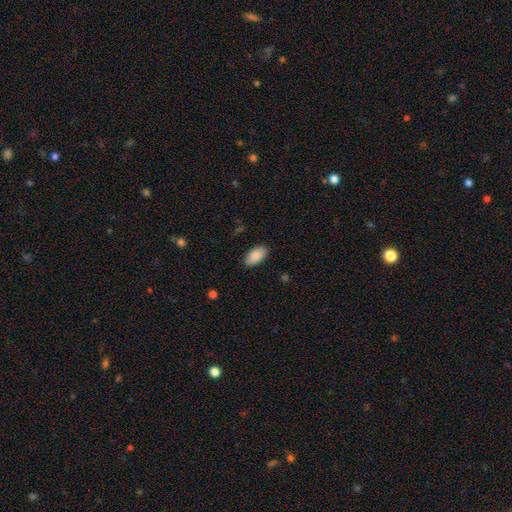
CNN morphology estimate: A smooth galaxy with no disk features (88%) that is in between round and cigar-shaped (95%).

Vote fractions:
- Smooth or featured? smooth: 88% / star or artifact: 6% / featured or disk: 5%
- How rounded? in between: 95% / round: 3% / cigar-shaped: 2%
- Merging? none: 88% / minor disturbance: 9% / major disturbance: 2% / merger: 1%